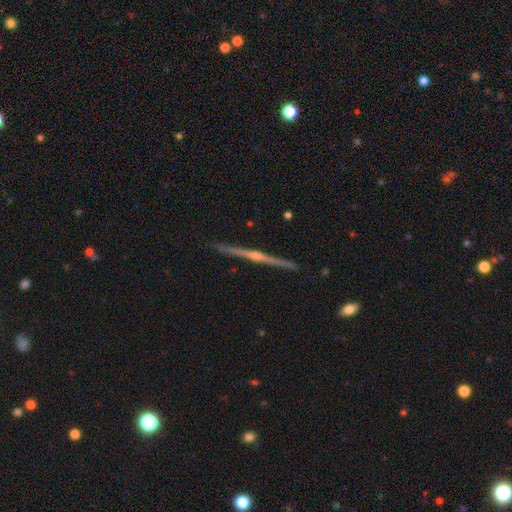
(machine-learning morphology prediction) A featured or disk galaxy (85%) viewed edge-on (98%) with a rounded central bulge (81%).

Vote fractions:
- Smooth or featured? featured or disk: 85% / smooth: 10% / star or artifact: 6%
- Edge-on disk? yes: 98% / no: 2%
- Edge-on bulge? rounded: 81% / none: 13% / boxy: 6%
- Merging? none: 91% / minor disturbance: 6% / major disturbance: 1% / merger: 1%